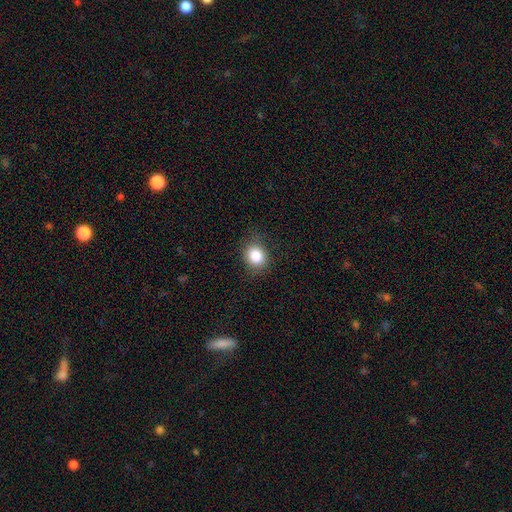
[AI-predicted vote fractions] Q: Smooth or featured?
A: smooth (85%); runner-up: star or artifact (10%)
Q: How rounded?
A: round (65%); runner-up: in between (34%)
Q: Merging?
A: none (82%); runner-up: minor disturbance (13%)